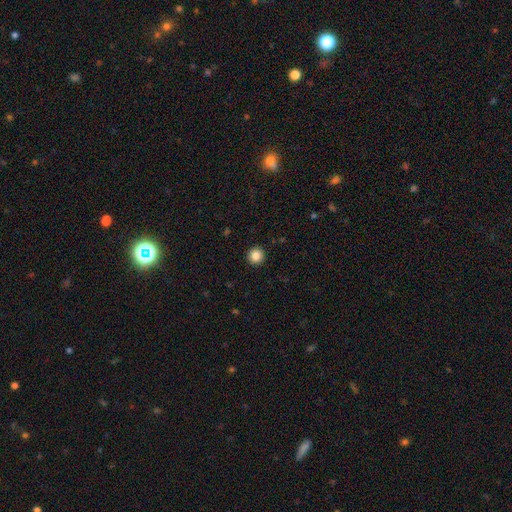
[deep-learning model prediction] smooth-or-featured: smooth: 85% | star or artifact: 11% | featured or disk: 4%
  how-rounded: round: 96% | in between: 3% | cigar-shaped: 1%
  merging: none: 94% | minor disturbance: 4% | major disturbance: 1% | merger: 1%